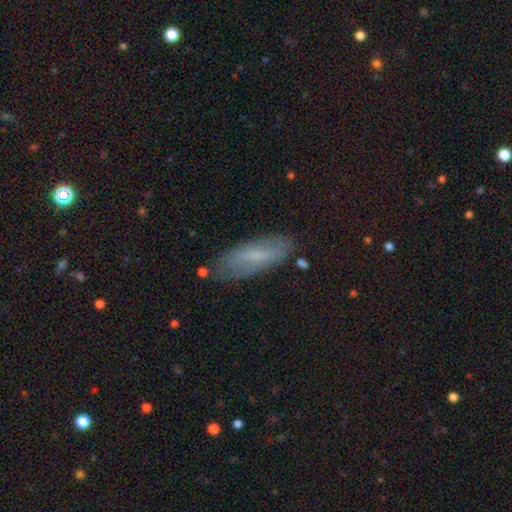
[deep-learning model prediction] Smooth or featured: smooth — 58% (featured or disk — 32%)
How rounded: in between — 58% (cigar-shaped — 40%)
Merging: none — 75% (minor disturbance — 18%)